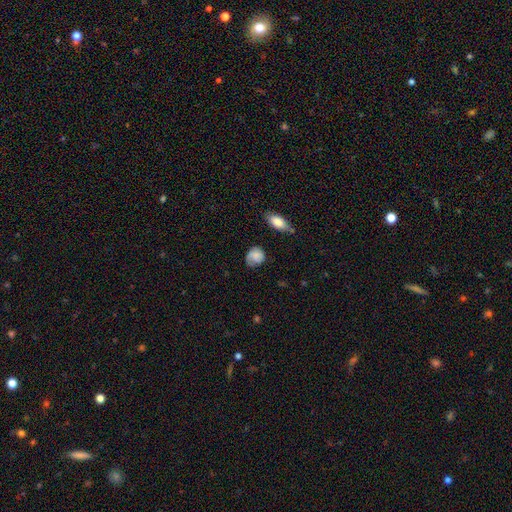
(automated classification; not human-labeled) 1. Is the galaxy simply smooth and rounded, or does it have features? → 63% smooth, 29% featured or disk, 8% star or artifact.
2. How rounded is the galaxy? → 65% round, 33% in between, 1% cigar-shaped.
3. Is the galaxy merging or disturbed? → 58% none, 28% minor disturbance, 11% major disturbance, 3% merger.